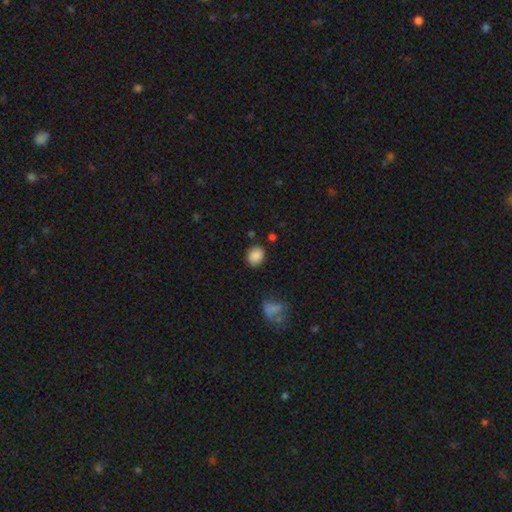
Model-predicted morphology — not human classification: Q: Smooth or featured?
A: smooth (86%); runner-up: star or artifact (9%)
Q: How rounded?
A: round (51%); runner-up: in between (48%)
Q: Merging?
A: none (81%); runner-up: minor disturbance (12%)